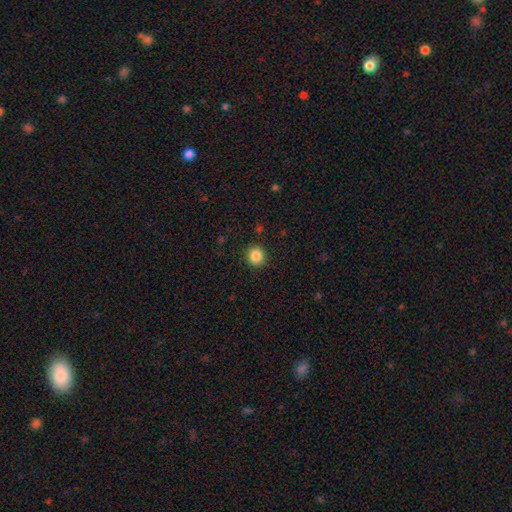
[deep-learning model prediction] A smooth galaxy with no disk features (87%) that is round (89%).

Vote fractions:
- Smooth or featured? smooth: 87% / star or artifact: 10% / featured or disk: 3%
- How rounded? round: 89% / in between: 10% / cigar-shaped: 1%
- Merging? none: 90% / minor disturbance: 7% / major disturbance: 2% / merger: 1%